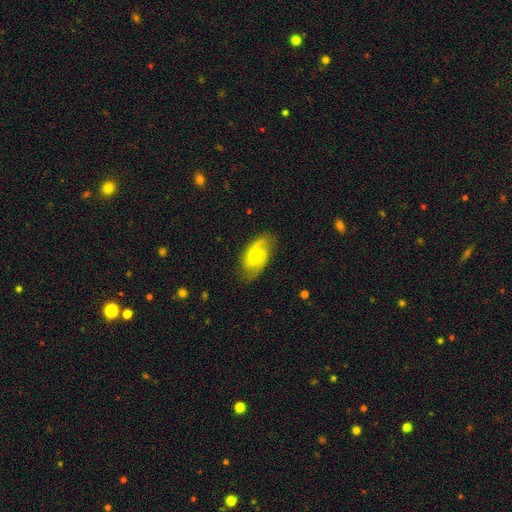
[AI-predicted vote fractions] This is likely a featured or disk galaxy (72%). It is clearly not viewed edge-on (96%). Bar: possibly no (49%). Spiral arm pattern: clearly yes (94%). Spiral arm count: clearly 2 (81%). Spiral winding: possibly medium (49%). Central bulge: possibly small (59%). Merging: likely none (75%).